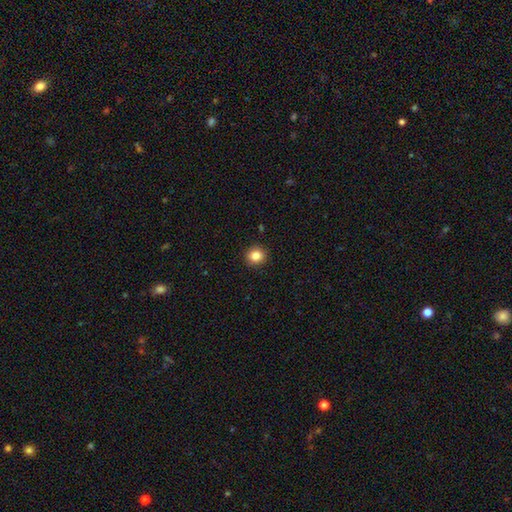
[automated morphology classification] This appears to be a smooth galaxy with no disk features (84%) that is round (84%). Merging: none (91%).